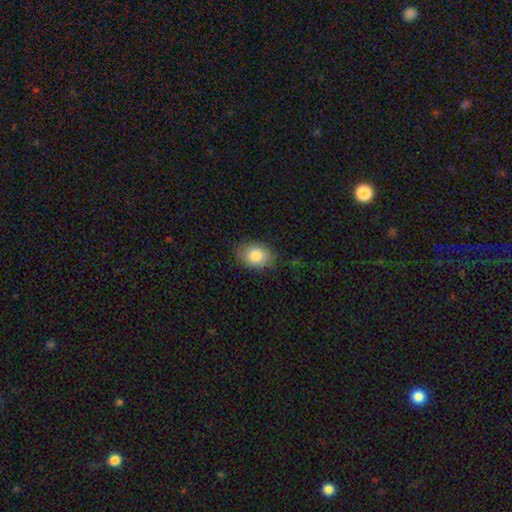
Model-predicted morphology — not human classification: A smooth galaxy with no disk features (85%) that is in between round and cigar-shaped (74%). Merging: none (81%).